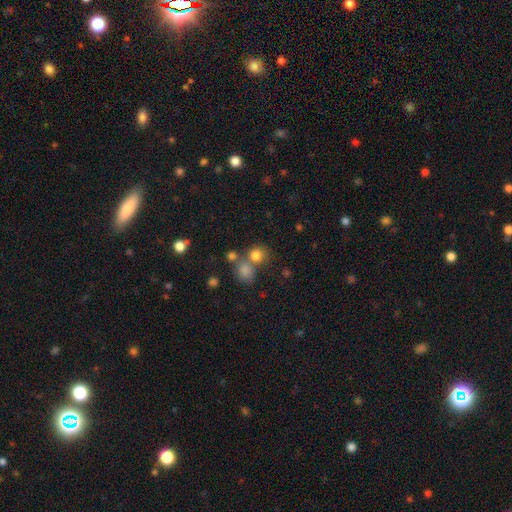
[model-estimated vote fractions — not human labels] Q: Smooth or featured?
A: smooth (78%); runner-up: star or artifact (14%)
Q: How rounded?
A: round (81%); runner-up: in between (17%)
Q: Merging?
A: none (53%); runner-up: merger (34%)